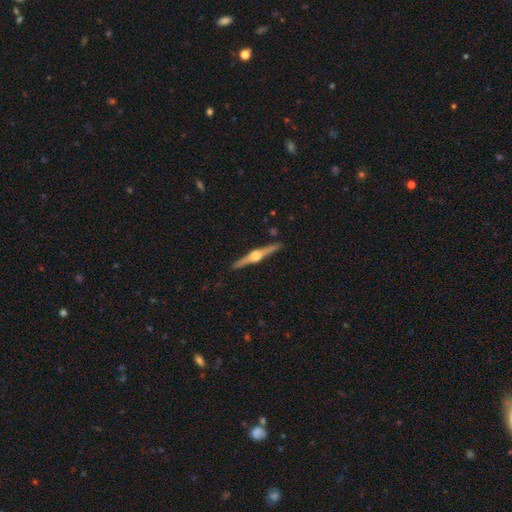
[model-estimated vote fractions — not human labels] A featured or disk galaxy (84%) viewed edge-on (98%) with a rounded central bulge (93%). Merging: none (91%).